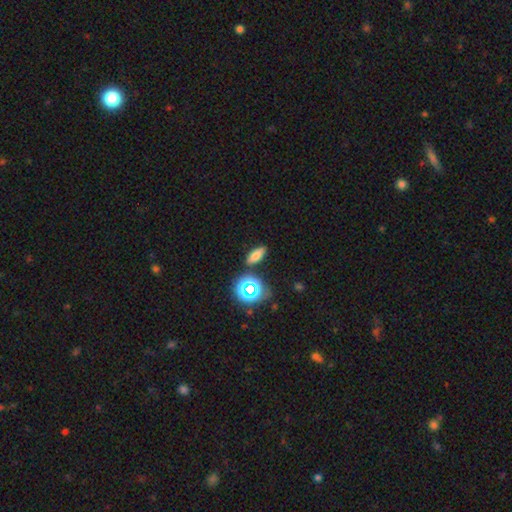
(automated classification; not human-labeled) Smooth or featured? smooth (66%)
How rounded? in between (62%)
Merging? none (85%)